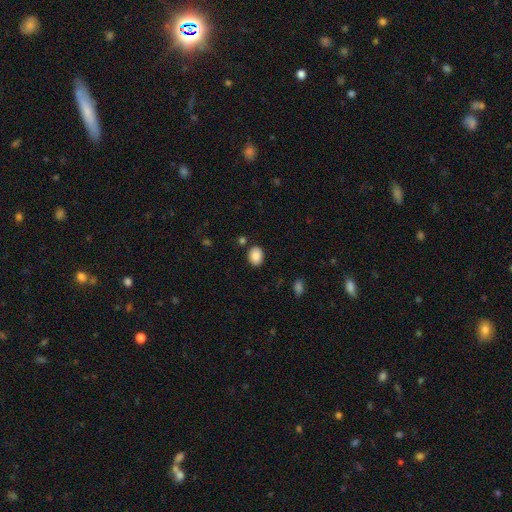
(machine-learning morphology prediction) A smooth galaxy with no disk features (87%) that is in between round and cigar-shaped (60%).

Vote fractions:
- Smooth or featured? smooth: 87% / star or artifact: 8% / featured or disk: 5%
- How rounded? in between: 60% / round: 39% / cigar-shaped: 1%
- Merging? none: 84% / minor disturbance: 9% / merger: 4% / major disturbance: 3%